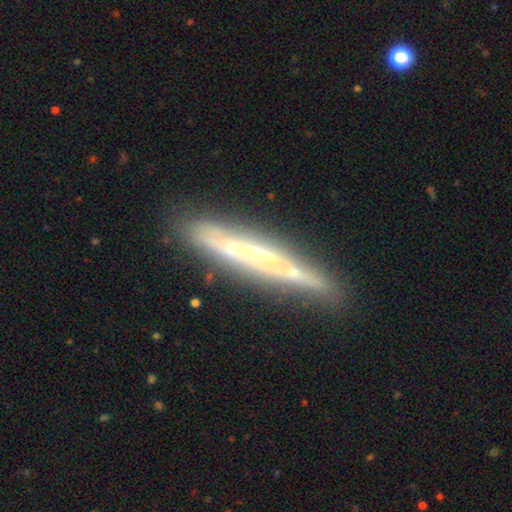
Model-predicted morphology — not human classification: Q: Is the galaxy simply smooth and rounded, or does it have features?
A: featured or disk — 73%.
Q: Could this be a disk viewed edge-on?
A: yes — 85%.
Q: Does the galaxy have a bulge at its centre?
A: none — 58%.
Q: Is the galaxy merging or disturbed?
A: none — 79%.